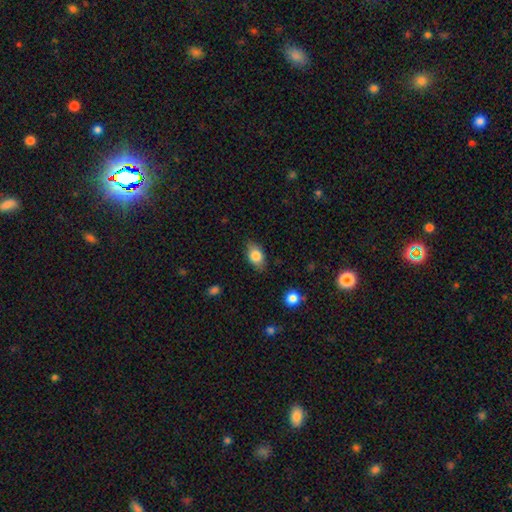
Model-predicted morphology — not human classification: A smooth galaxy with no disk features (81%) that is in between round and cigar-shaped (84%). Merging: none (81%).